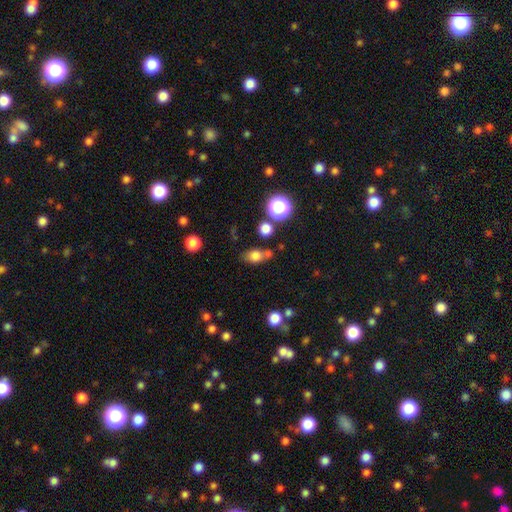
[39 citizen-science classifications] smooth 85%, star or artifact 10%, featured or disk 5%. Down the decision tree: how rounded — in between (67%); merging — none (63%).